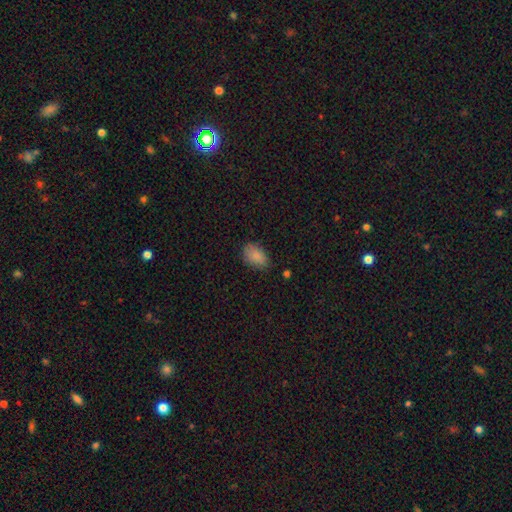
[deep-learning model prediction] Overall: smooth (87%). How rounded: in between (88%). Merging: none (78%).